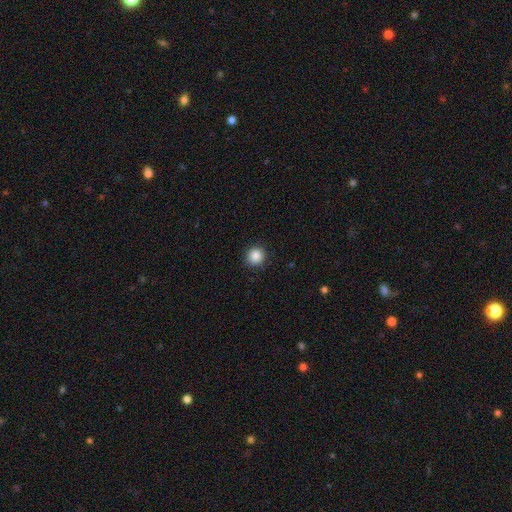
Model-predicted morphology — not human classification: Smooth or featured?
  - smooth: 86% *
  - star or artifact: 10%
  - featured or disk: 4%
How rounded?
  - round: 93% *
  - in between: 6%
  - cigar-shaped: 1%
Merging?
  - none: 91% *
  - minor disturbance: 6%
  - major disturbance: 2%
  - merger: 1%